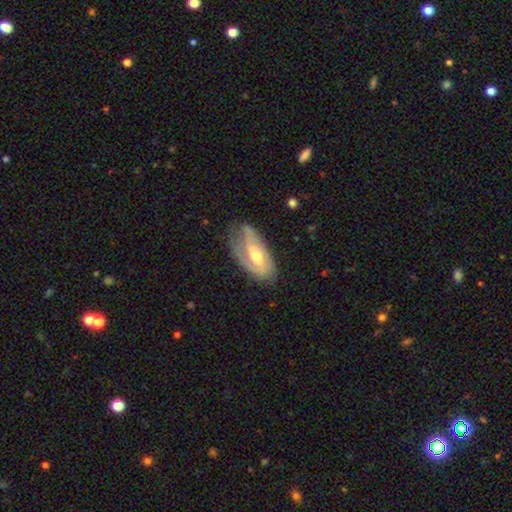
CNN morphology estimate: A featured or disk galaxy (65%) with no bar (43%), spiral arms (77%) and a moderate central bulge (68%). Merging: none (54%).